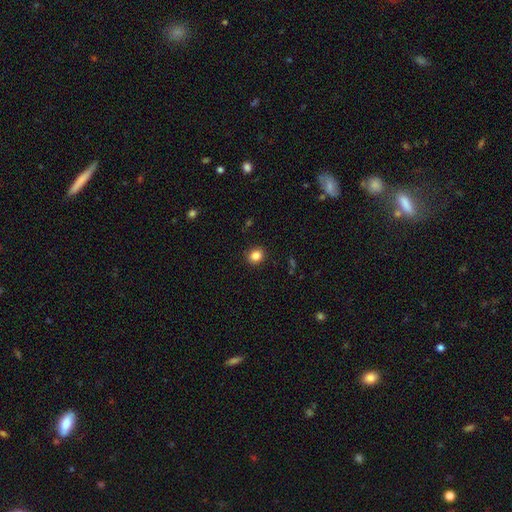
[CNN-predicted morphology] Q: Smooth or featured?
A: smooth (85%); runner-up: star or artifact (10%)
Q: How rounded?
A: round (70%); runner-up: in between (29%)
Q: Merging?
A: none (90%); runner-up: minor disturbance (7%)